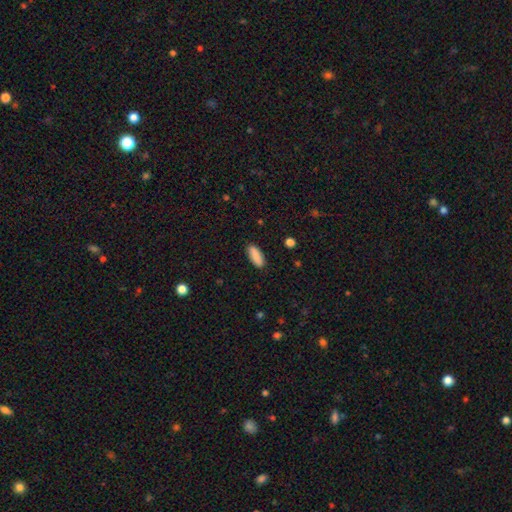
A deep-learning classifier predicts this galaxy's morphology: Overall: smooth (89%). How rounded: in between (69%). Merging: none (89%).